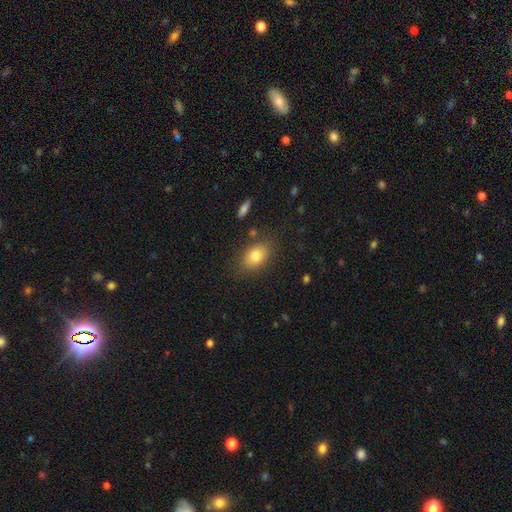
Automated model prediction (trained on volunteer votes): smooth-or-featured: smooth: 78% | featured or disk: 13% | star or artifact: 9%
  how-rounded: in between: 83% | round: 15% | cigar-shaped: 2%
  merging: none: 80% | minor disturbance: 13% | major disturbance: 4% | merger: 3%